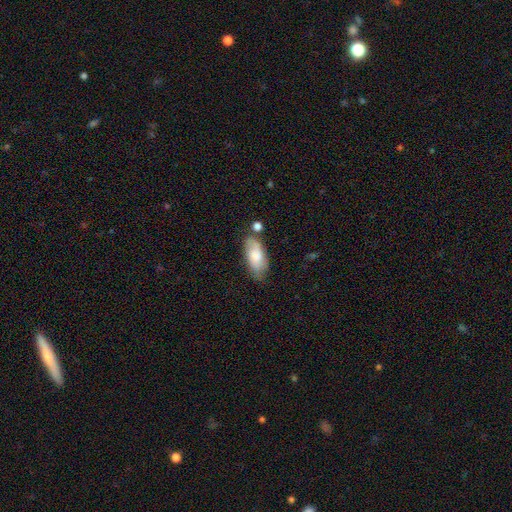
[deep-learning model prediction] Smooth or featured: smooth — 72% (featured or disk — 21%)
How rounded: in between — 87% (cigar-shaped — 10%)
Merging: none — 59% (minor disturbance — 25%)